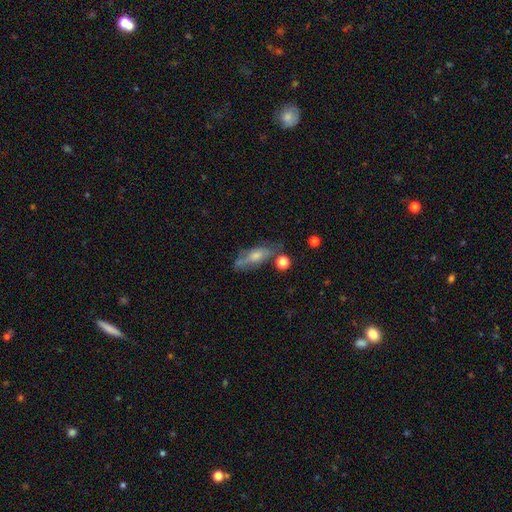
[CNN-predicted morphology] type=smooth (51%); roundness=in between (63%); merging=none (52%).